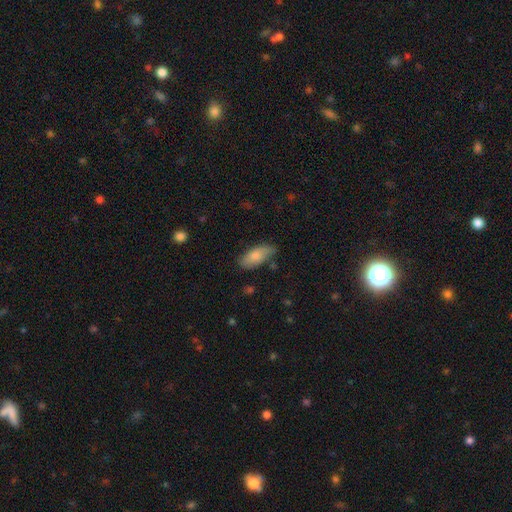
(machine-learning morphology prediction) Smooth or featured? Predicted: smooth (p=0.78). How rounded? Predicted: in between (p=0.84). Merging? Predicted: none (p=0.70).